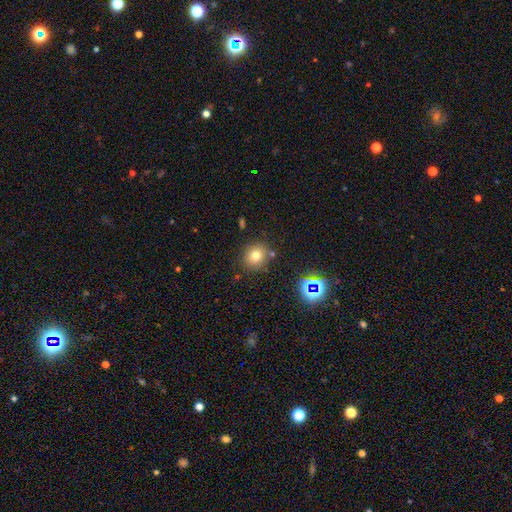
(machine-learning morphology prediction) type=smooth (73%); roundness=round (84%); merging=none (81%).